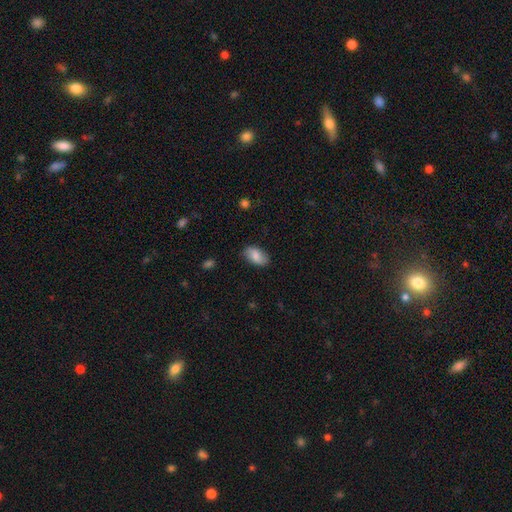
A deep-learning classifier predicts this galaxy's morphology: Smooth or featured: smooth — 80% (featured or disk — 14%)
How rounded: in between — 94% (round — 4%)
Merging: none — 83% (minor disturbance — 13%)